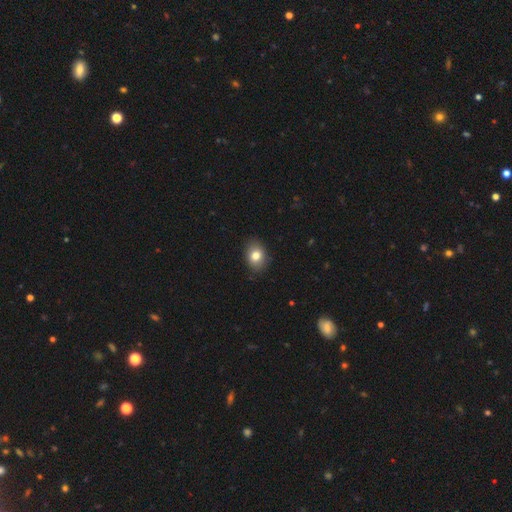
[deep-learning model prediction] A smooth galaxy with no disk features (81%) that is in between round and cigar-shaped (65%).

Vote fractions:
- Smooth or featured? smooth: 81% / star or artifact: 10% / featured or disk: 10%
- How rounded? in between: 65% / round: 34% / cigar-shaped: 1%
- Merging? none: 86% / minor disturbance: 11% / major disturbance: 2% / merger: 1%